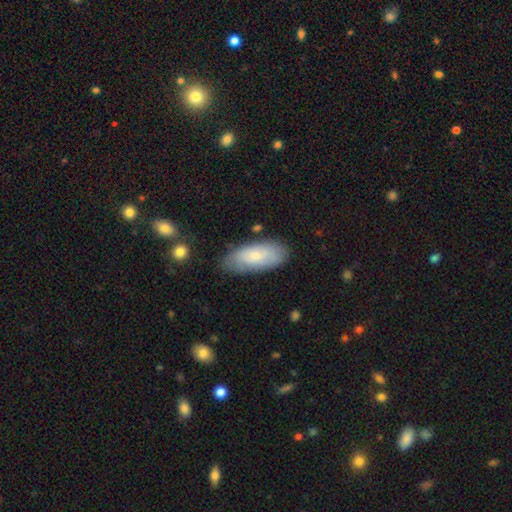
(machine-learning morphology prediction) Overall: smooth (69%). How rounded: in between (85%). Merging: none (74%).